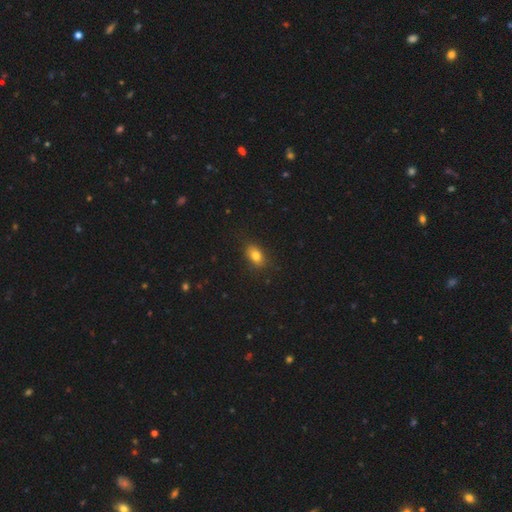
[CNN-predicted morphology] This appears to be a smooth galaxy with no disk features (80%) that is in between round and cigar-shaped (80%). Merging: none (83%).